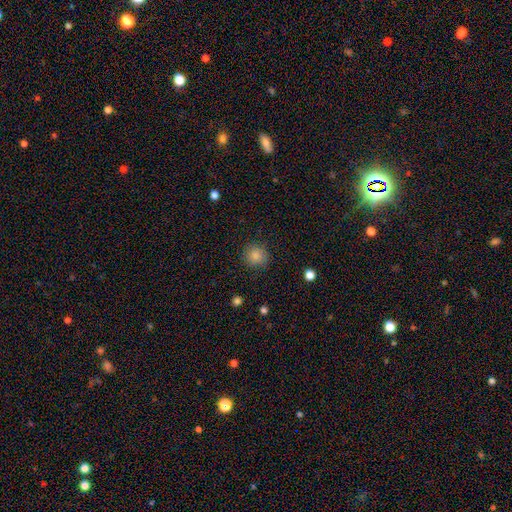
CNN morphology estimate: type=smooth (85%); roundness=round (90%); merging=none (88%).